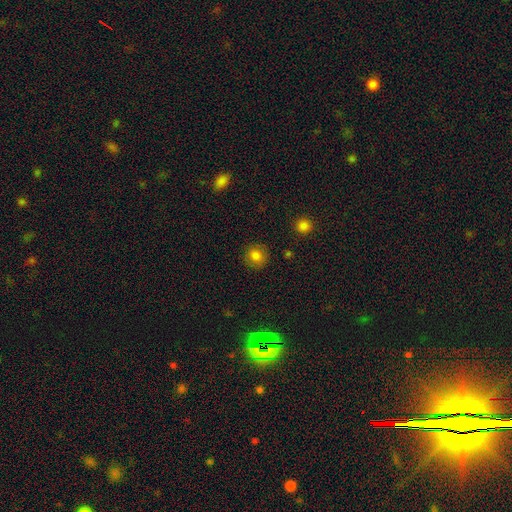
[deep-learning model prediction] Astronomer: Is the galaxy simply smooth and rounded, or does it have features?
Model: smooth — 80%.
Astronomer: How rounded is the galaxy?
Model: round — 89%.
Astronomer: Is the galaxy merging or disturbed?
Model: none — 86%.